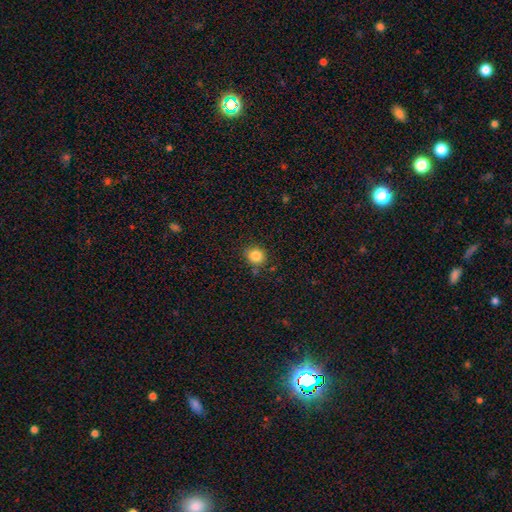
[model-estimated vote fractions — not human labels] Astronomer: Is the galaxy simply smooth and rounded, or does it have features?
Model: smooth — 84%.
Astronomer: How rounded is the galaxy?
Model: round — 87%.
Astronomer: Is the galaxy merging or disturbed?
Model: none — 84%.